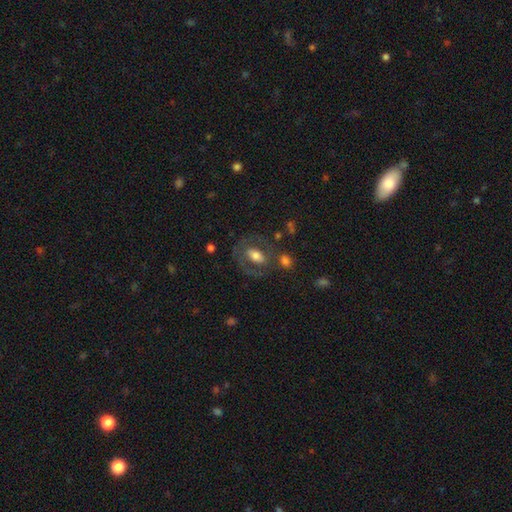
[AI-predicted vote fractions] Overall: smooth (47%; featured or disk 45%). Merging: none (64%).